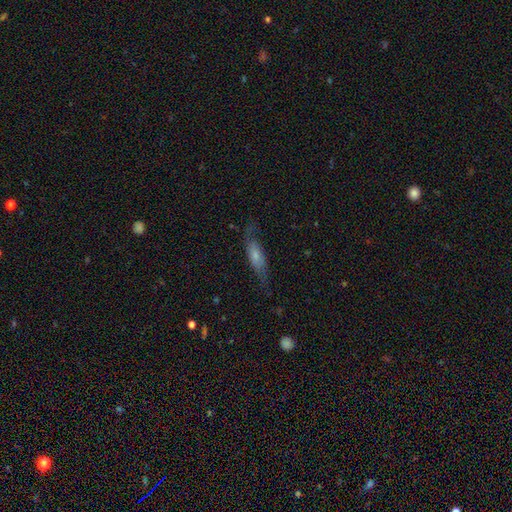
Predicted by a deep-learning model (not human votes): smooth_or_featured: smooth (p=0.50) [alt: featured or disk p=0.42]
merging: none (p=0.63) [alt: minor disturbance p=0.23]